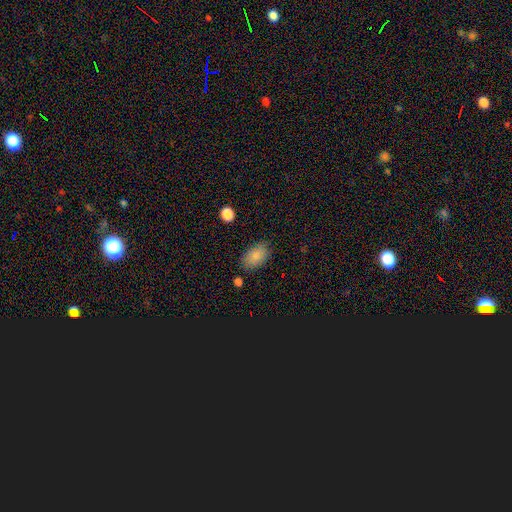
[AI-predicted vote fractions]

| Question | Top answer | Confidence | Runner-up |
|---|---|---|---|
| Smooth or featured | smooth | 85% | star or artifact (8%) |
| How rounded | in between | 89% | round (9%) |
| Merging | none | 81% | minor disturbance (13%) |